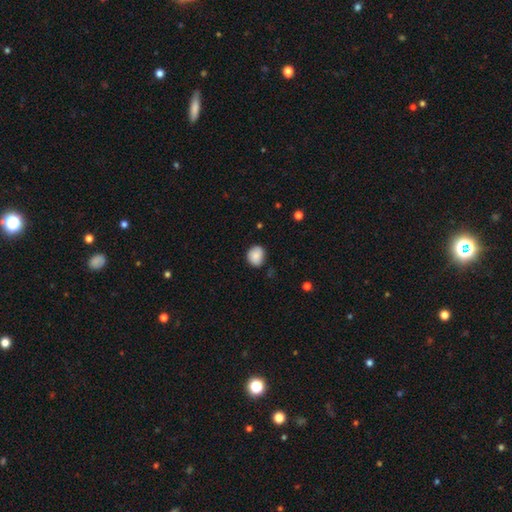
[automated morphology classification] Smooth or featured? smooth (85%)
How rounded? round (63%)
Merging? none (75%)